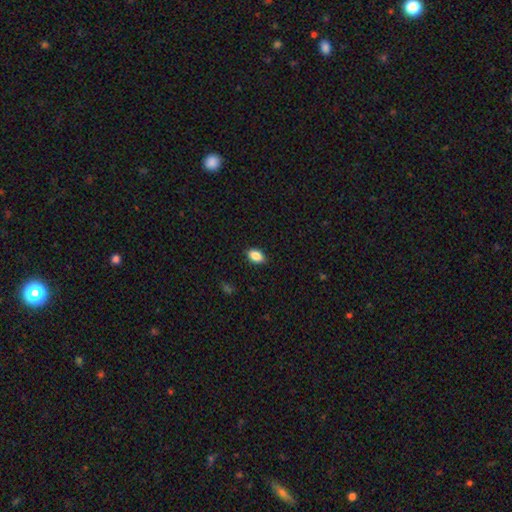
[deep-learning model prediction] Smooth or featured? Predicted: smooth (p=0.88). How rounded? Predicted: in between (p=0.89). Merging? Predicted: none (p=0.88).